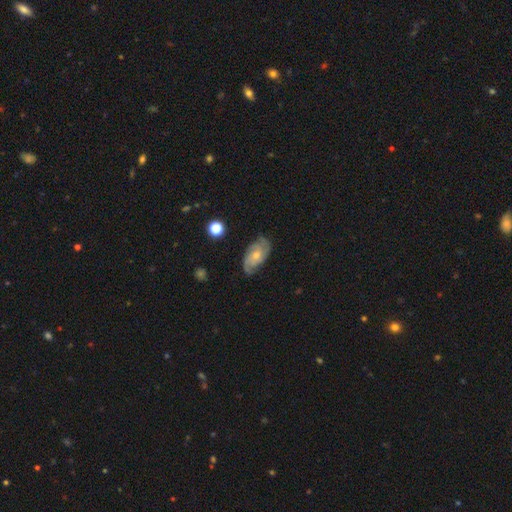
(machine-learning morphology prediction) This appears to be a featured or disk galaxy (74%) with no bar (72%), 2 (44%) tight (46%) spiral arms (93%) and a small central bulge (54%). Merging: none (71%).